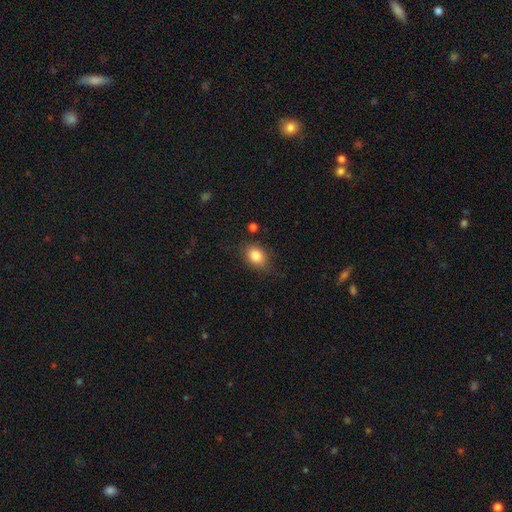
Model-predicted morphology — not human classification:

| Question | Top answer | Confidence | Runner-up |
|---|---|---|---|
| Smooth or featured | smooth | 84% | star or artifact (8%) |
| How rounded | in between | 70% | round (29%) |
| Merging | none | 76% | minor disturbance (17%) |